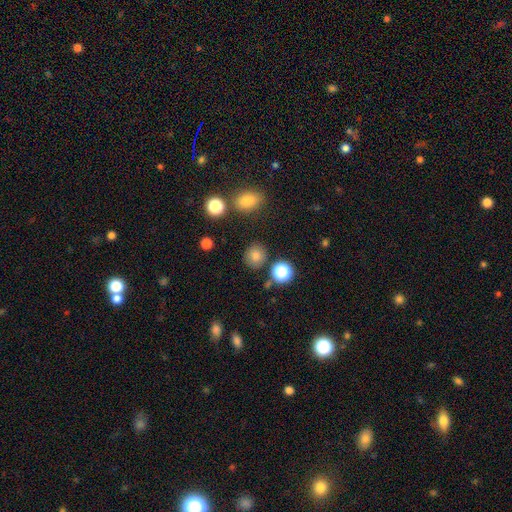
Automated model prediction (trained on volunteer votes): Smooth or featured?
  - smooth: 80% *
  - star or artifact: 14%
  - featured or disk: 6%
How rounded?
  - round: 84% *
  - in between: 15%
  - cigar-shaped: 1%
Merging?
  - none: 84% *
  - minor disturbance: 9%
  - merger: 4%
  - major disturbance: 3%